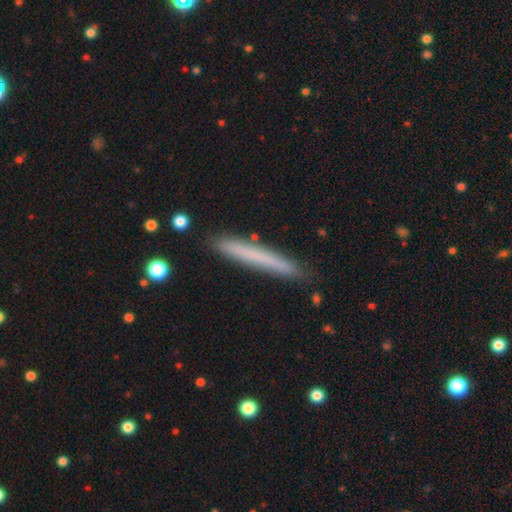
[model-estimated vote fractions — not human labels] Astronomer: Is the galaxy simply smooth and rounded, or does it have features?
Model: smooth — 62%.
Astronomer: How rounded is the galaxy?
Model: cigar-shaped — 97%.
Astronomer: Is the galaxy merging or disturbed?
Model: none — 88%.